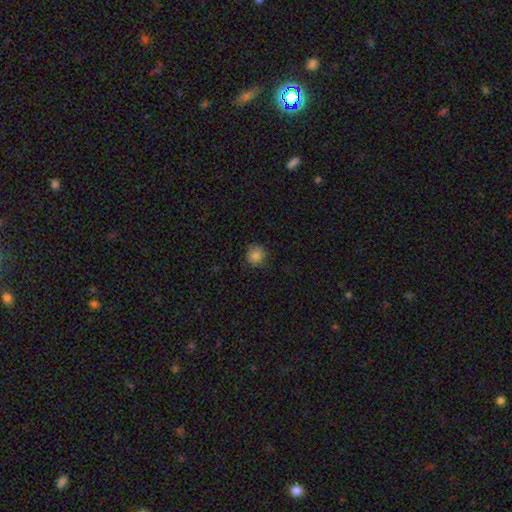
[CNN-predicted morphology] smooth-or-featured: smooth: 84% | star or artifact: 11% | featured or disk: 5%
  how-rounded: round: 90% | in between: 9% | cigar-shaped: 1%
  merging: none: 84% | minor disturbance: 12% | major disturbance: 3% | merger: 1%